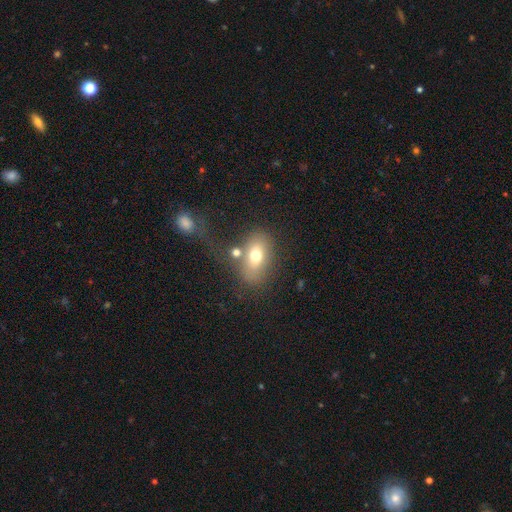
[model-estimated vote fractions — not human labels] smooth_or_featured: smooth (p=0.67) [alt: featured or disk p=0.23]
how_rounded: in between (p=0.80) [alt: round p=0.18]
merging: none (p=0.52) [alt: merger p=0.19]